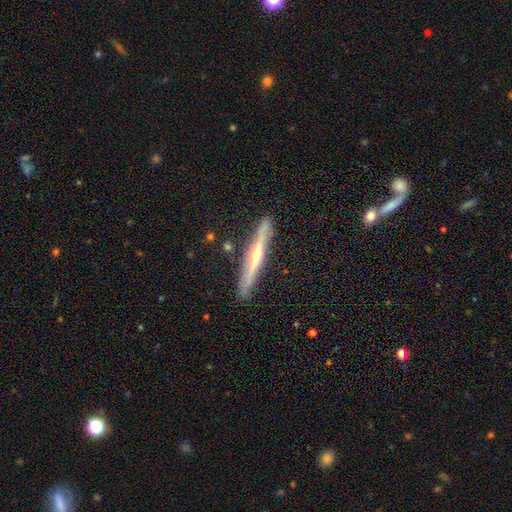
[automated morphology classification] The model was most divided on "smooth or featured": featured or disk: 71%, smooth: 23%, star or artifact: 6%. More confident: edge-on disk — yes (96%); merging — none (88%); edge-on bulge — rounded (81%).